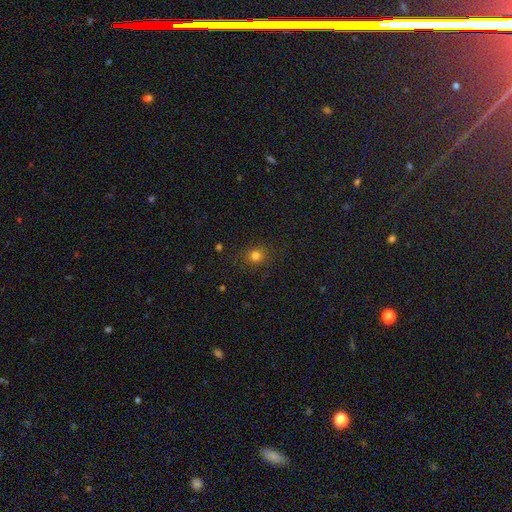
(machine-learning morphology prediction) This appears to be a smooth galaxy with no disk features (78%) that is round (87%). Merging: none (87%).